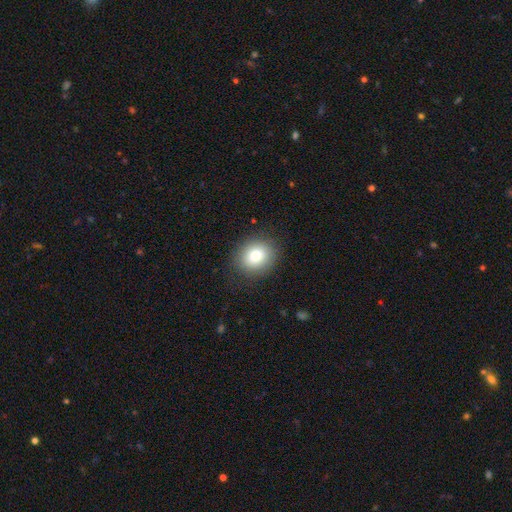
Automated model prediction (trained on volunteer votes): Overall: smooth (83%). How rounded: round (62%; in between 37%). Merging: none (86%).